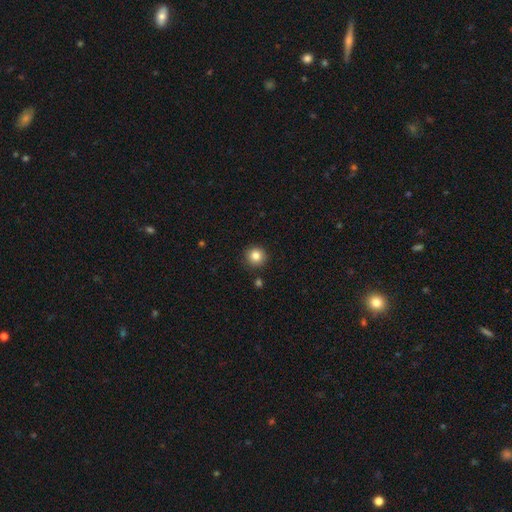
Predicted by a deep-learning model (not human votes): Q: Smooth or featured?
A: smooth (84%); runner-up: star or artifact (11%)
Q: How rounded?
A: round (95%); runner-up: in between (4%)
Q: Merging?
A: none (90%); runner-up: minor disturbance (6%)